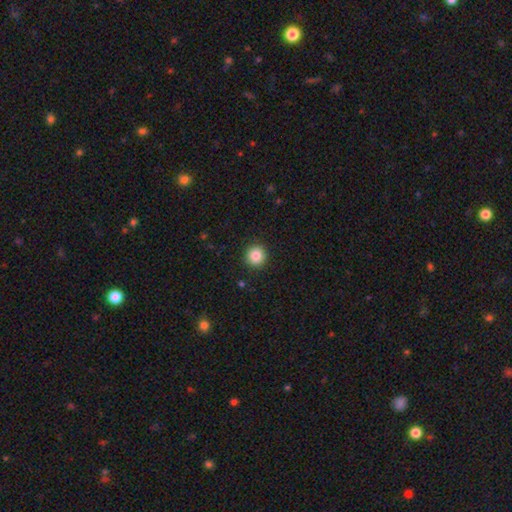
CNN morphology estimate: A smooth galaxy with no disk features (86%) that is round (93%).

Vote fractions:
- Smooth or featured? smooth: 86% / star or artifact: 9% / featured or disk: 4%
- How rounded? round: 93% / in between: 6% / cigar-shaped: 1%
- Merging? none: 92% / minor disturbance: 5% / major disturbance: 2% / merger: 1%